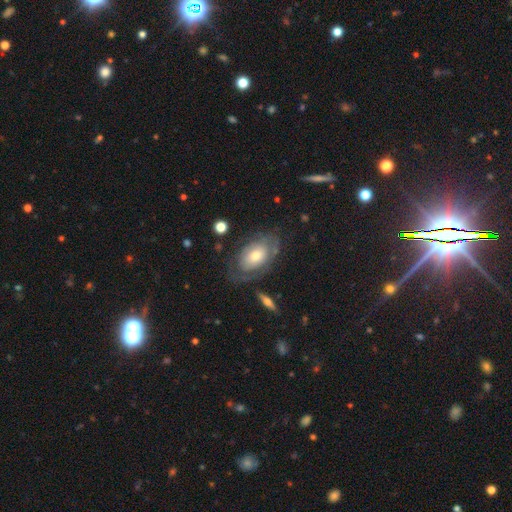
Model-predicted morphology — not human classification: Smooth or featured? featured or disk (53%)
Edge-on disk? no (91%)
Merging? none (63%)